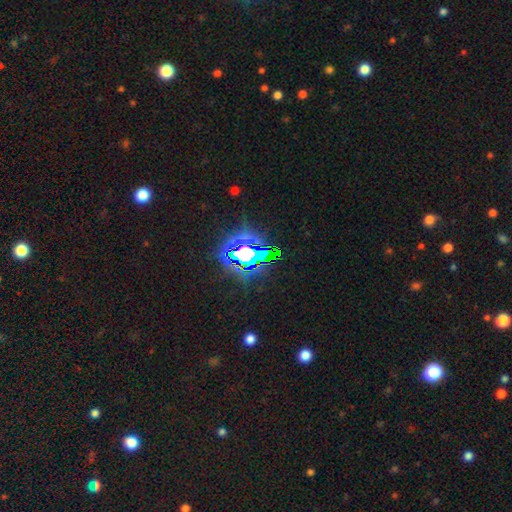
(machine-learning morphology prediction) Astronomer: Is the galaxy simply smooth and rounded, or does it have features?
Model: star or artifact — 77%.